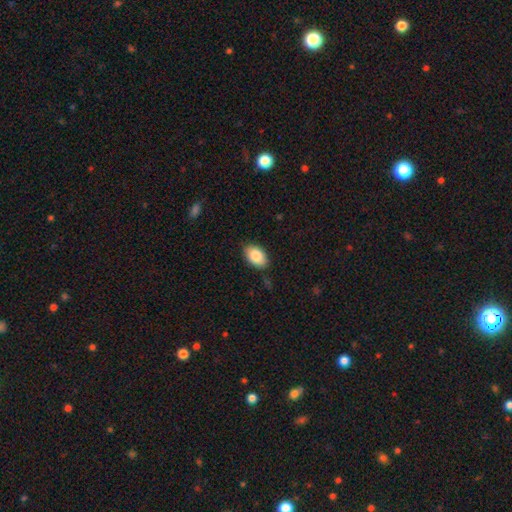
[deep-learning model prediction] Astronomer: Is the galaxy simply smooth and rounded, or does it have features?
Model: smooth — 86%.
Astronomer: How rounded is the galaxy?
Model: in between — 91%.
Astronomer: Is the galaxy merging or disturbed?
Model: none — 83%.